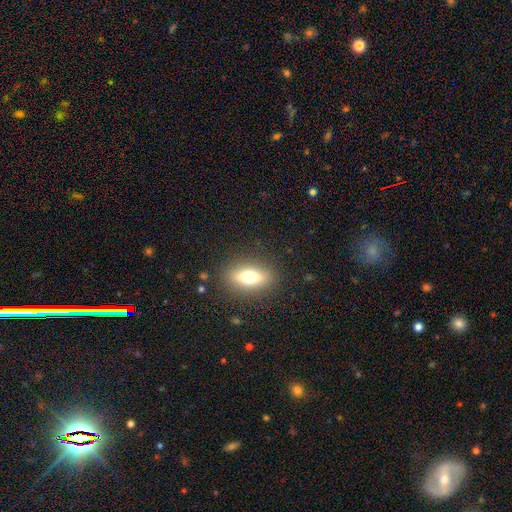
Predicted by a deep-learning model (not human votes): Smooth or featured?
  - smooth: 62% *
  - featured or disk: 23%
  - star or artifact: 15%
How rounded?
  - in between: 73% *
  - cigar-shaped: 17%
  - round: 9%
Merging?
  - none: 88% *
  - minor disturbance: 8%
  - major disturbance: 3%
  - merger: 2%